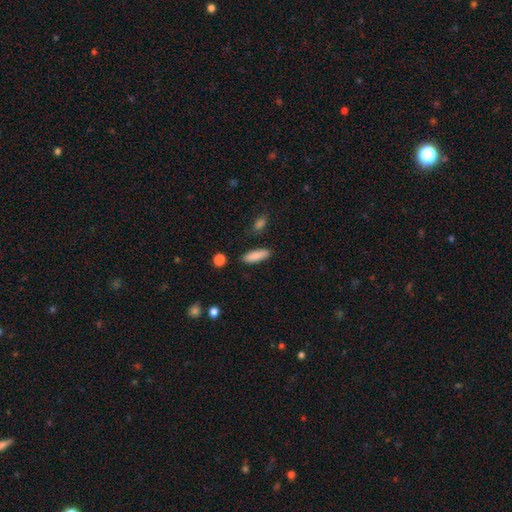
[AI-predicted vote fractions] A smooth galaxy with no disk features (87%) that is in between round and cigar-shaped (49%, tied with cigar-shaped).

Vote fractions:
- Smooth or featured? smooth: 87% / star or artifact: 7% / featured or disk: 6%
- How rounded? in between: 49% (tied) / cigar-shaped: 49% (tied) / round: 2%
- Merging? none: 86% / minor disturbance: 9% / merger: 2% / major disturbance: 2%